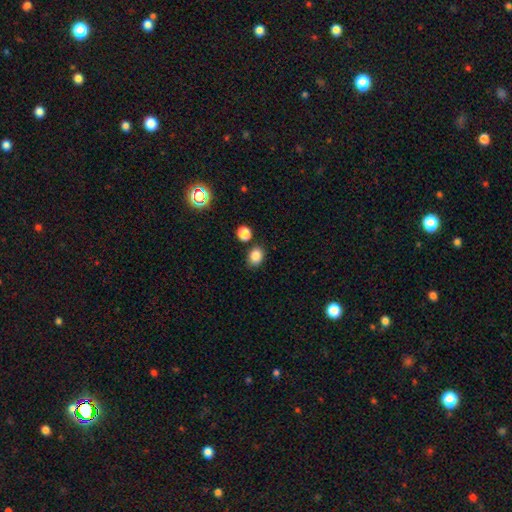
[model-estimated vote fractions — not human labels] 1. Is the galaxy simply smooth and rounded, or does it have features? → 85% smooth, 11% star or artifact, 5% featured or disk.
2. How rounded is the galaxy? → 54% in between, 45% round, 1% cigar-shaped.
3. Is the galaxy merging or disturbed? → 78% none, 11% minor disturbance, 8% merger, 3% major disturbance.